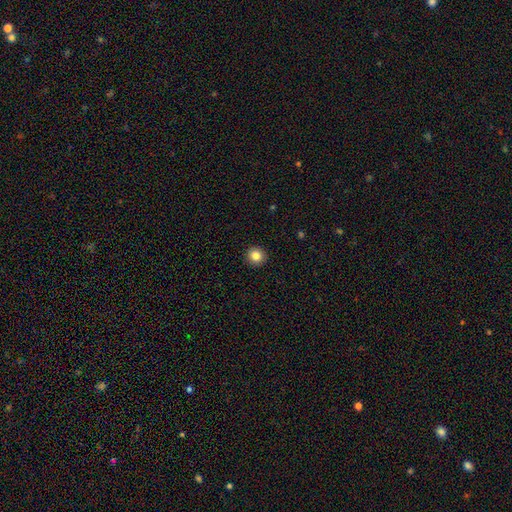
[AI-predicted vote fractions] smooth-or-featured: smooth: 84% | star or artifact: 10% | featured or disk: 5%
  how-rounded: round: 94% | in between: 5% | cigar-shaped: 1%
  merging: none: 93% | minor disturbance: 4% | major disturbance: 1% | merger: 1%